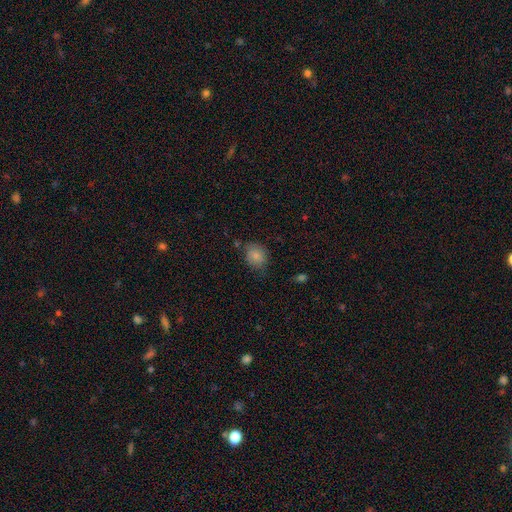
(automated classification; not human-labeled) Smooth or featured? smooth (83%)
How rounded? round (63%)
Merging? none (69%)